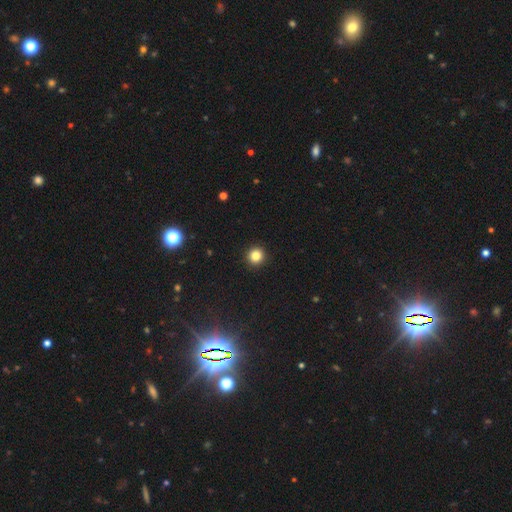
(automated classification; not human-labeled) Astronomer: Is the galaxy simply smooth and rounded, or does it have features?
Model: smooth — 84%.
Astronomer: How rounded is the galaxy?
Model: round — 94%.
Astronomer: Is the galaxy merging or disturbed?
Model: none — 93%.